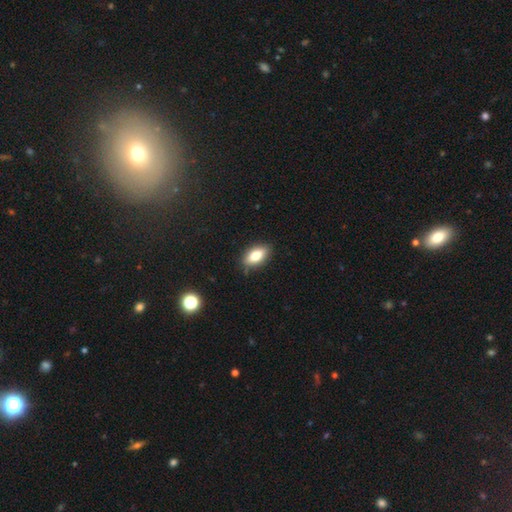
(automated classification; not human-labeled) Morphology: type=smooth (77%); roundness=in between (87%); merging=none (83%).